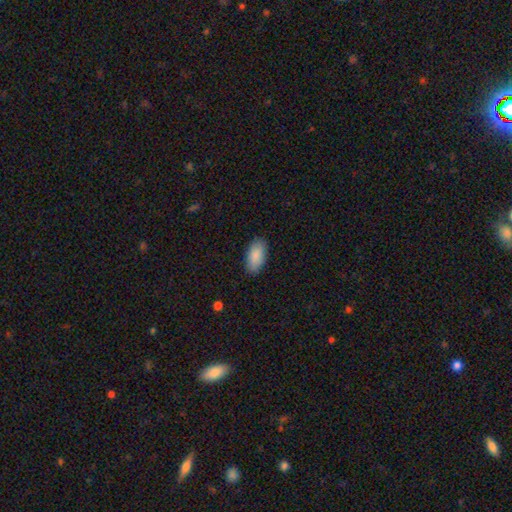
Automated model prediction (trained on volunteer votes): Q: Smooth or featured?
A: smooth (90%); runner-up: star or artifact (6%)
Q: How rounded?
A: in between (93%); runner-up: cigar-shaped (5%)
Q: Merging?
A: none (88%); runner-up: minor disturbance (9%)